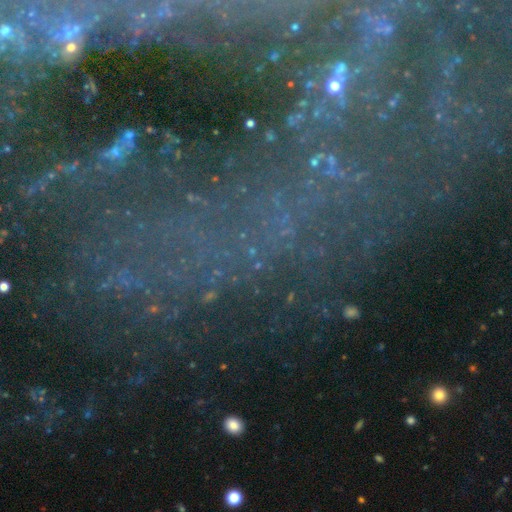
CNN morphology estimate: star or artifact 52%, featured or disk 34%, smooth 14%.